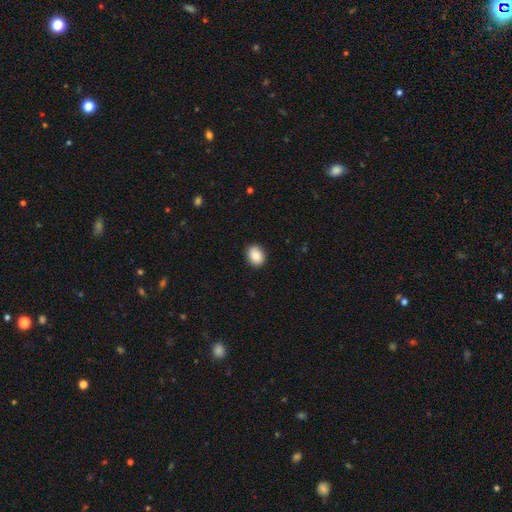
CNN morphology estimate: The model was most divided on "how rounded": in between: 60%, round: 39%, cigar-shaped: 1%. More confident: merging — none (89%); smooth or featured — smooth (89%).